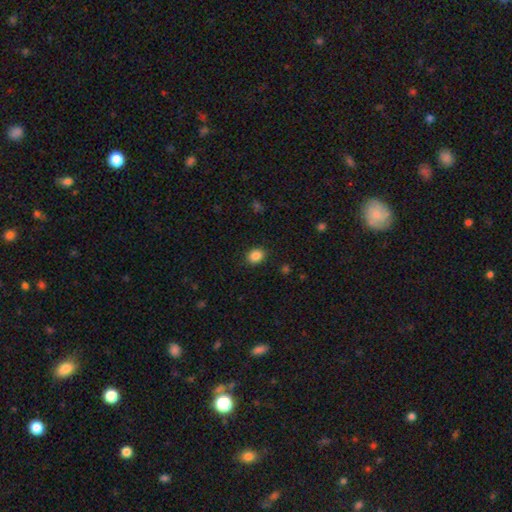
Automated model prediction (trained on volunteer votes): This is clearly a smooth galaxy (86%). How rounded: possibly round (53%). Merging: clearly none (89%).